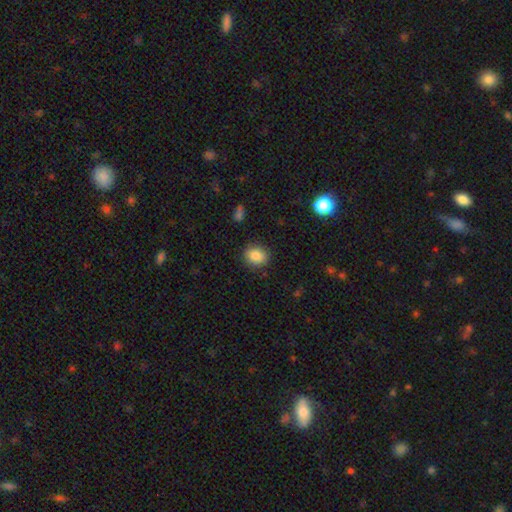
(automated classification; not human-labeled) Overall: smooth (86%). How rounded: round (63%; in between 36%). Merging: none (87%).